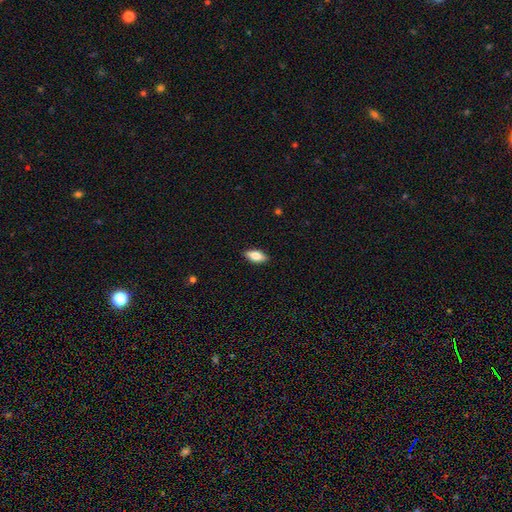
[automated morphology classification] Smooth or featured?
  - smooth: 77% *
  - featured or disk: 16%
  - star or artifact: 7%
How rounded?
  - in between: 85% *
  - cigar-shaped: 12%
  - round: 3%
Merging?
  - none: 88% *
  - minor disturbance: 9%
  - major disturbance: 2%
  - merger: 1%